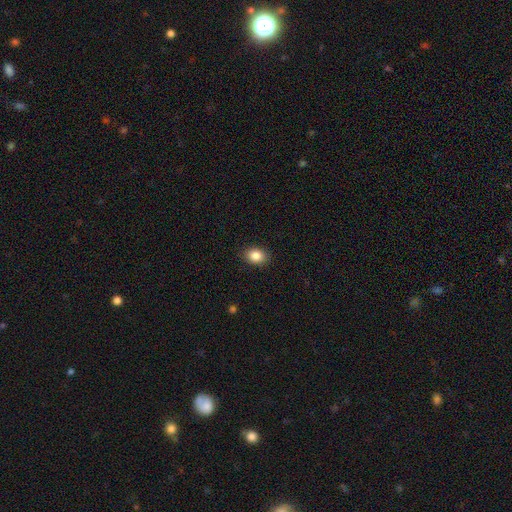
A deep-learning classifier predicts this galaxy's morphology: A smooth galaxy with no disk features (87%) that is in between round and cigar-shaped (65%). Merging: none (89%).